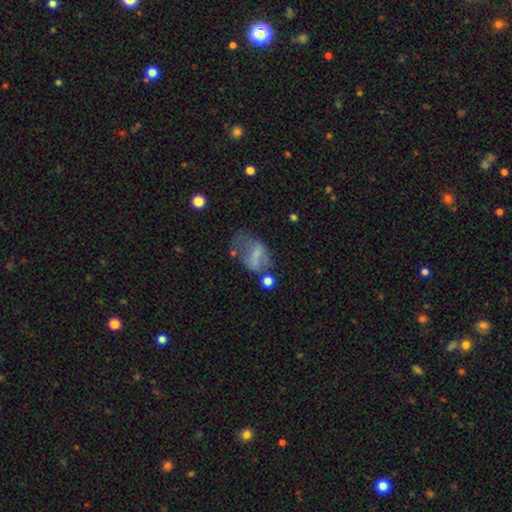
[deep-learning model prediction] Morphology: type=smooth (49%); merging=major disturbance (34%).